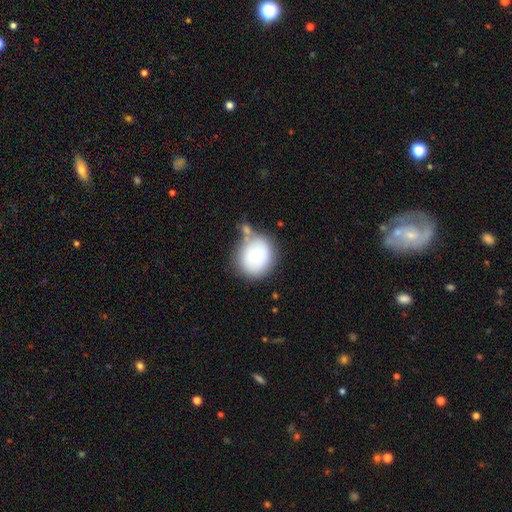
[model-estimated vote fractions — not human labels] Smooth or featured? Predicted: smooth (p=0.75). How rounded? Predicted: round (p=0.79). Merging? Predicted: none (p=0.60).